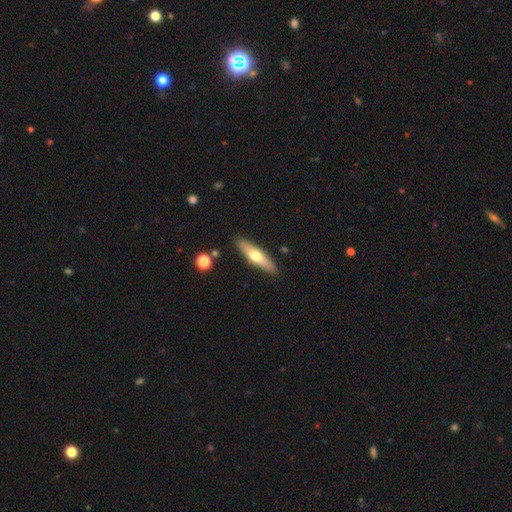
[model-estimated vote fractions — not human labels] smooth 53%, featured or disk 41%, star or artifact 6%. Down the decision tree: how rounded — cigar-shaped (69%); merging — none (88%).